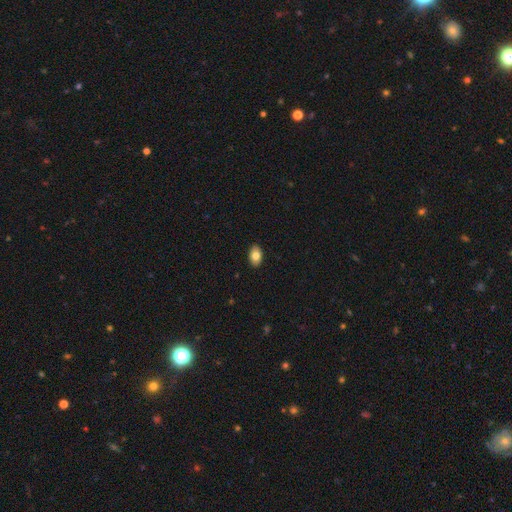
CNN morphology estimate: This is clearly a smooth galaxy (83%). How rounded: clearly in between (89%). Merging: clearly none (90%).